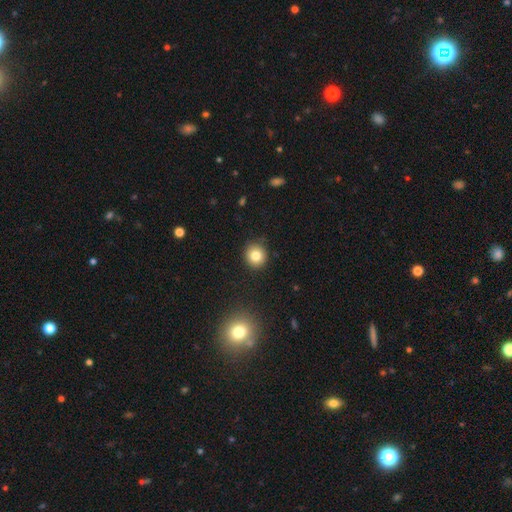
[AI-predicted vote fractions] A smooth galaxy with no disk features (81%) that is round (88%).

Vote fractions:
- Smooth or featured? smooth: 81% / star or artifact: 11% / featured or disk: 8%
- How rounded? round: 88% / in between: 11% / cigar-shaped: 1%
- Merging? none: 89% / minor disturbance: 8% / major disturbance: 2% / merger: 1%